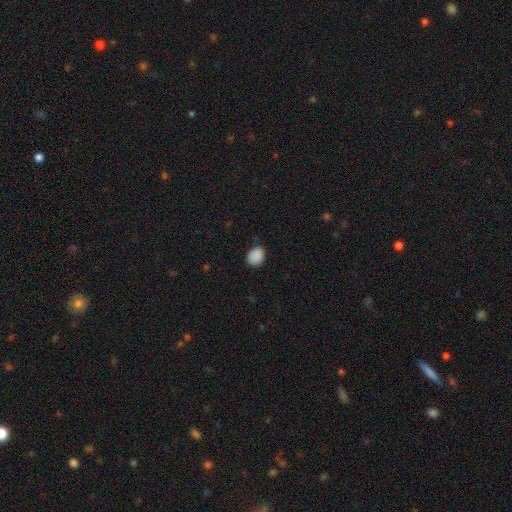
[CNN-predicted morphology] Smooth or featured: smooth — 88% (star or artifact — 9%)
How rounded: in between — 52% (round — 47%)
Merging: none — 79% (minor disturbance — 17%)